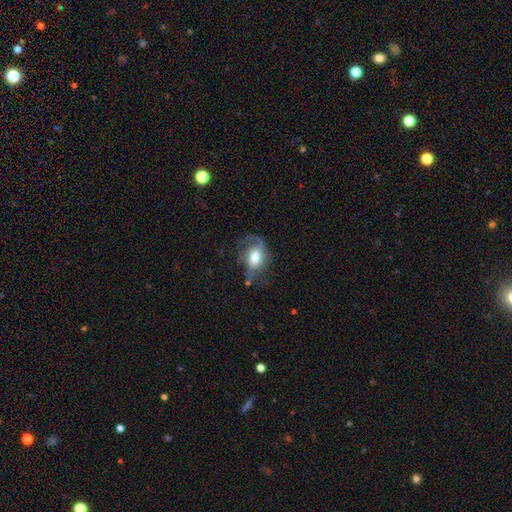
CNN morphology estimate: Smooth or featured? featured or disk (48%)
Merging? none (38%)